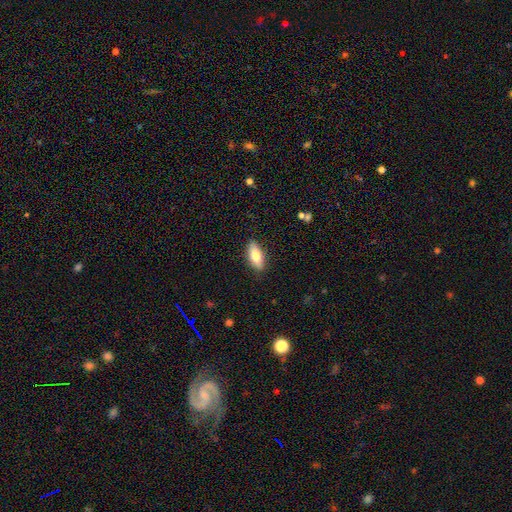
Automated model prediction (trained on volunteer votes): A smooth galaxy with no disk features (77%) that is in between round and cigar-shaped (81%).

Vote fractions:
- Smooth or featured? smooth: 77% / featured or disk: 16% / star or artifact: 6%
- How rounded? in between: 81% / cigar-shaped: 17% / round: 3%
- Merging? none: 87% / minor disturbance: 10% / major disturbance: 2% / merger: 1%